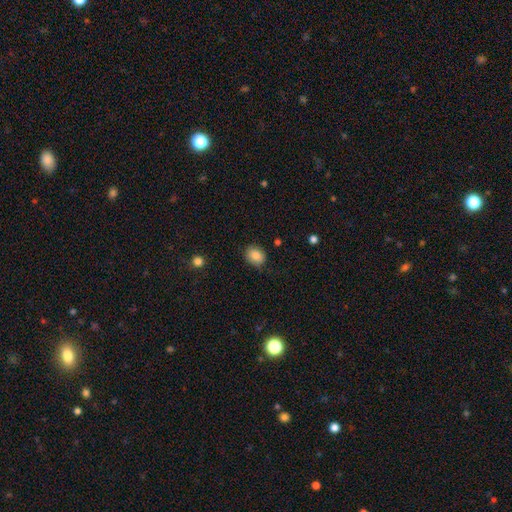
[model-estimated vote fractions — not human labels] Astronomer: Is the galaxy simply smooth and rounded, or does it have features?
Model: smooth — 85%.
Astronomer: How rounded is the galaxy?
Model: round — 52% (runner-up: in between, 47%).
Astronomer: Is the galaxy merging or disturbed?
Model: none — 79%.